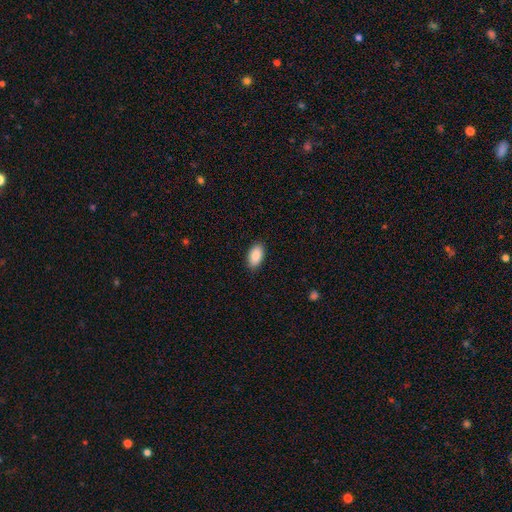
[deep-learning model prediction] A smooth galaxy with no disk features (88%) that is in between round and cigar-shaped (95%).

Vote fractions:
- Smooth or featured? smooth: 88% / star or artifact: 6% / featured or disk: 5%
- How rounded? in between: 95% / round: 3% / cigar-shaped: 2%
- Merging? none: 89% / minor disturbance: 9% / major disturbance: 2% / merger: 1%